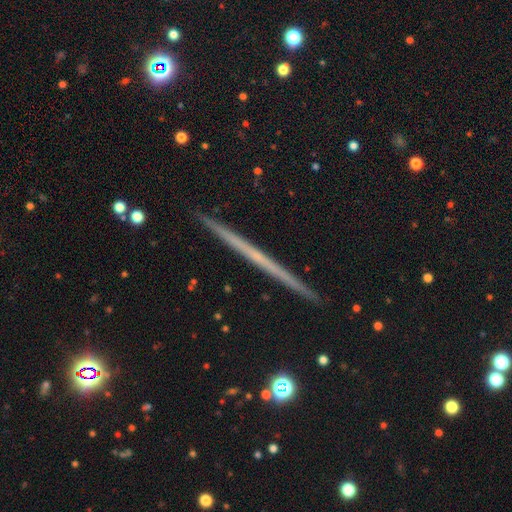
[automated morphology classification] Smooth or featured: featured or disk — 68% (smooth — 23%)
Edge-on disk: yes — 98% (no — 2%)
Edge-on bulge: none — 83% (rounded — 13%)
Merging: none — 92% (minor disturbance — 6%)